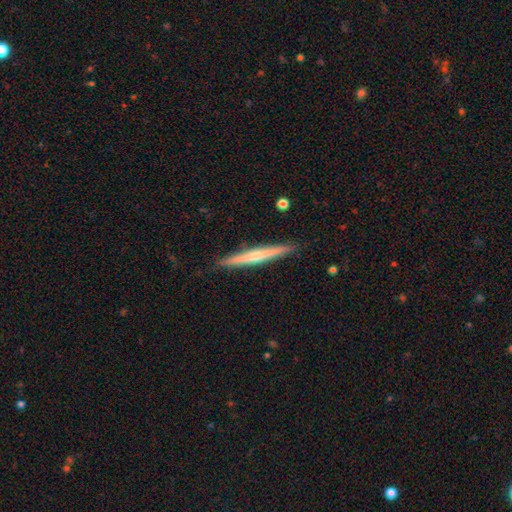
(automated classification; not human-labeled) featured or disk 58%, smooth 37%, star or artifact 6%. Down the decision tree: edge-on disk — yes (97%); edge-on bulge — rounded (56%); merging — none (90%).